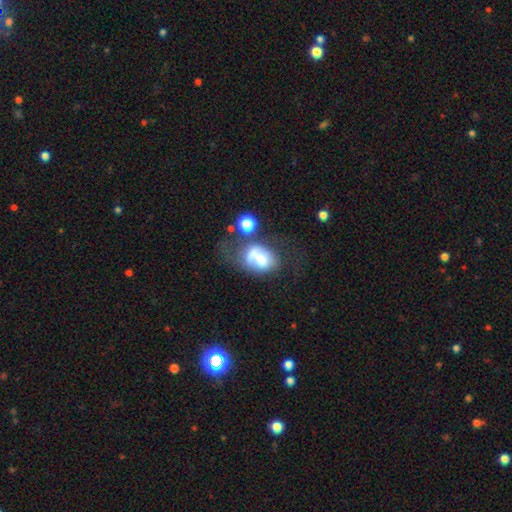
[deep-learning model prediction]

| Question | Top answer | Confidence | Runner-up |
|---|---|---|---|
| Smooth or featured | smooth | 54% | featured or disk (35%) |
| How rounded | in between | 68% | round (30%) |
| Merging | major disturbance | 29% | merger (28%) |